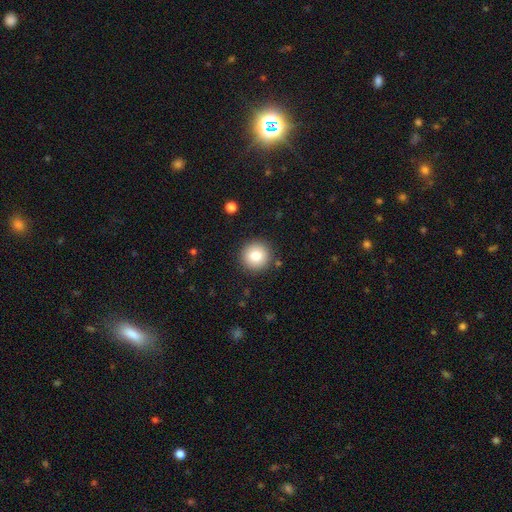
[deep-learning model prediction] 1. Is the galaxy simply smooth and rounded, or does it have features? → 80% smooth, 10% featured or disk, 10% star or artifact.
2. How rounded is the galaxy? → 95% round, 4% in between, 1% cigar-shaped.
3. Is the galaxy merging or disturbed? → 90% none, 7% minor disturbance, 2% major disturbance, 2% merger.